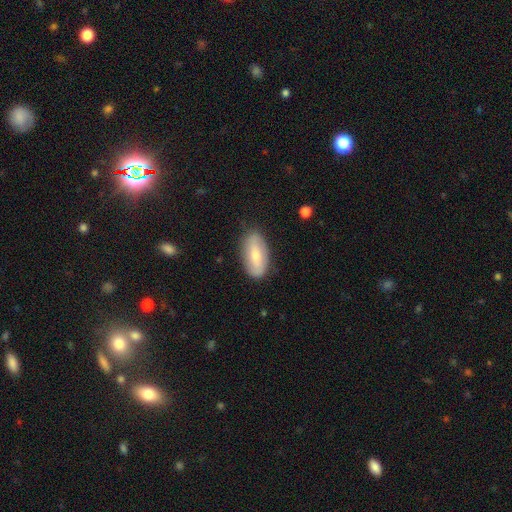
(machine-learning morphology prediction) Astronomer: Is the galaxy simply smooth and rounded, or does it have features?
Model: smooth — 60%.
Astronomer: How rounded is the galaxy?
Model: in between — 91%.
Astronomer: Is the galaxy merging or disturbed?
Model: none — 82%.